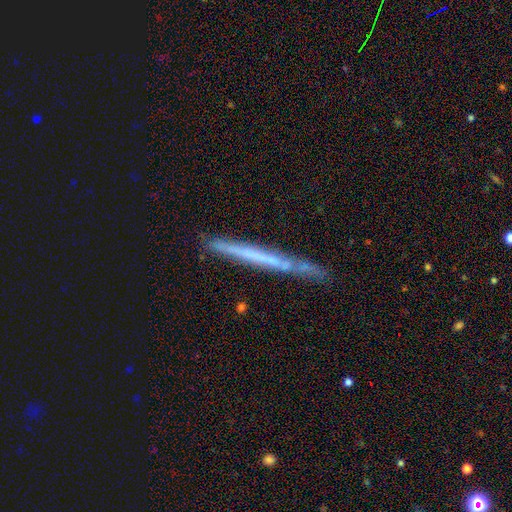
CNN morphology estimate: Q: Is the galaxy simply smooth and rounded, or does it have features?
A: featured or disk — 52%.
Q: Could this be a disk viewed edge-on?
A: yes — 94%.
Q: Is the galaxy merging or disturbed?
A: none — 80%.